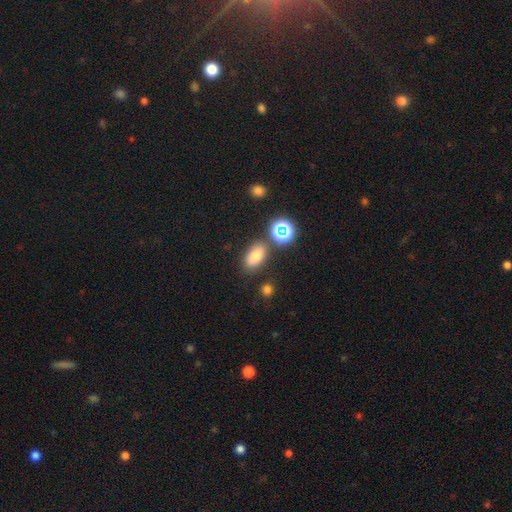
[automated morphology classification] Q: Smooth or featured?
A: smooth (72%); runner-up: star or artifact (18%)
Q: How rounded?
A: in between (82%); runner-up: round (15%)
Q: Merging?
A: none (77%); runner-up: minor disturbance (13%)